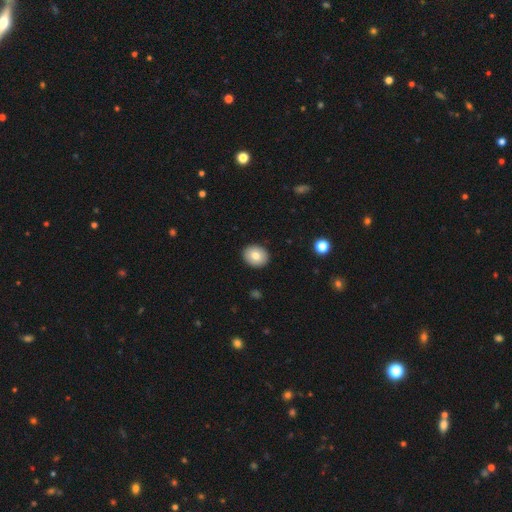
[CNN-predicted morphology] This is likely a smooth galaxy (80%). How rounded: likely round (61%). Merging: clearly none (91%).